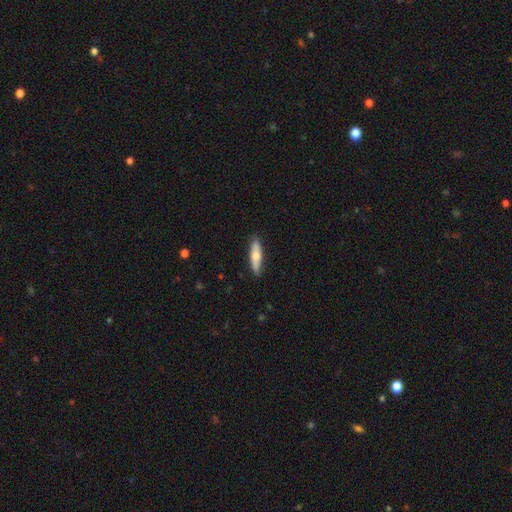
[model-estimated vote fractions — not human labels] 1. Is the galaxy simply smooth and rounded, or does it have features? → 57% smooth, 38% featured or disk, 5% star or artifact.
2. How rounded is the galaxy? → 66% cigar-shaped, 32% in between, 2% round.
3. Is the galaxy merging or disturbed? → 85% none, 12% minor disturbance, 2% major disturbance, 1% merger.